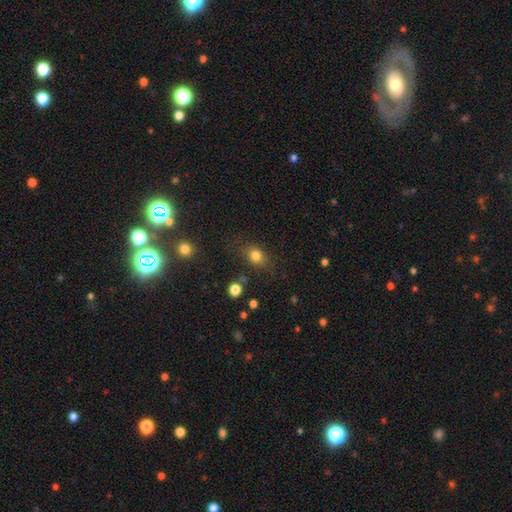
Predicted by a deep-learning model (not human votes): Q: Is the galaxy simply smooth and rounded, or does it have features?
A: smooth — 79%.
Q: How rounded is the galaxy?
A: in between — 53%.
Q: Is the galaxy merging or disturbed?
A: none — 75%.